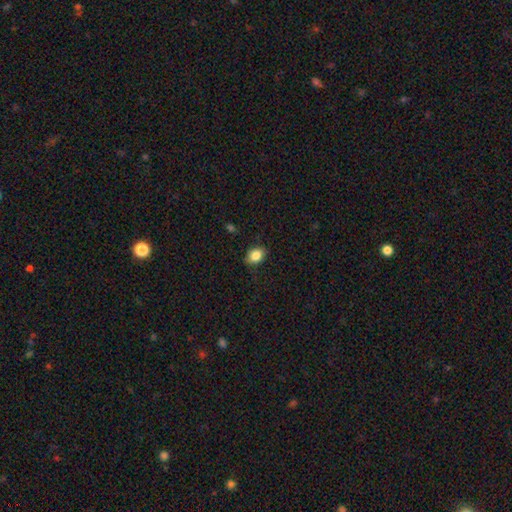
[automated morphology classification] smooth-or-featured: smooth: 85% | star or artifact: 9% | featured or disk: 6%
  how-rounded: in between: 71% | round: 28% | cigar-shaped: 1%
  merging: none: 84% | minor disturbance: 12% | major disturbance: 2% | merger: 1%